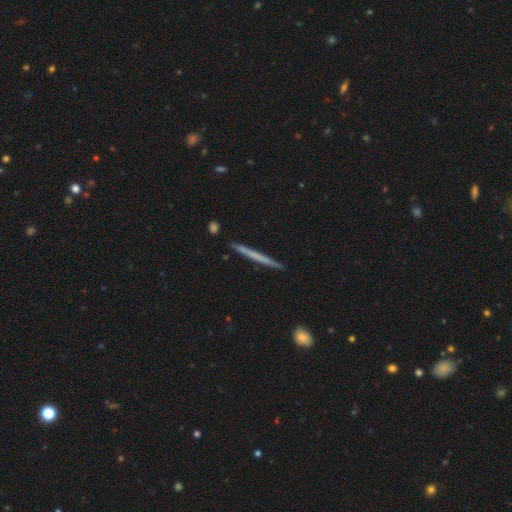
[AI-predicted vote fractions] This appears to be a smooth galaxy with no disk features (50%) that is cigar-shaped (97%). Merging: none (91%).